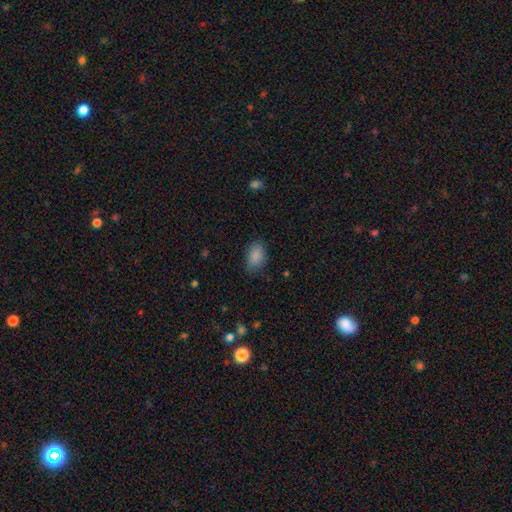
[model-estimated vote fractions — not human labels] smooth_or_featured: smooth (p=0.86) [alt: star or artifact p=0.09]
how_rounded: in between (p=0.86) [alt: round p=0.12]
merging: none (p=0.76) [alt: minor disturbance p=0.18]